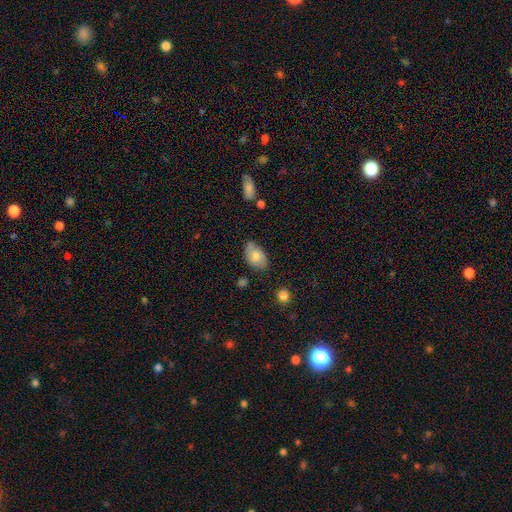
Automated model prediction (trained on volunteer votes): smooth_or_featured: smooth (p=0.66) [alt: featured or disk p=0.27]
how_rounded: in between (p=0.89) [alt: round p=0.09]
merging: none (p=0.68) [alt: minor disturbance p=0.25]